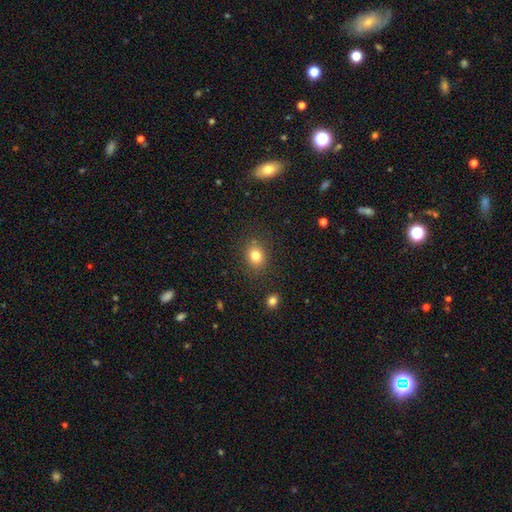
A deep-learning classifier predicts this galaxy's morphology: smooth_or_featured: smooth (p=0.80) [alt: star or artifact p=0.12]
how_rounded: round (p=0.64) [alt: in between p=0.35]
merging: none (p=0.84) [alt: minor disturbance p=0.10]